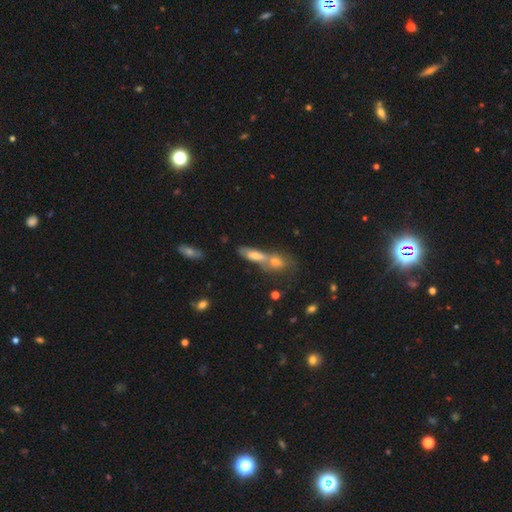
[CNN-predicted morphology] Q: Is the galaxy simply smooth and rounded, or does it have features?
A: smooth — 53%.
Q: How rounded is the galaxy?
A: in between — 47%.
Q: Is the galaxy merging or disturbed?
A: merger — 58%.